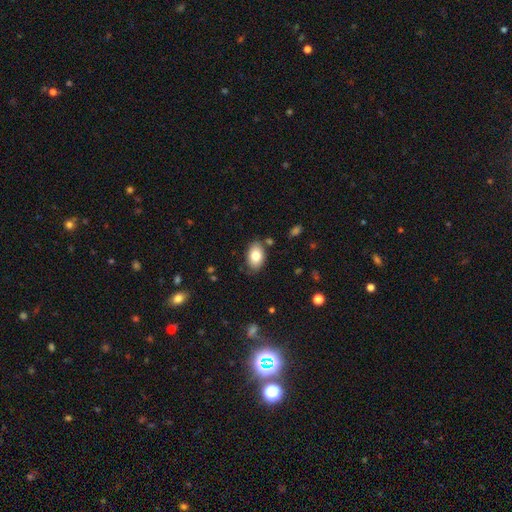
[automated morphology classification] Smooth or featured?
  - smooth: 80% *
  - featured or disk: 13%
  - star or artifact: 7%
How rounded?
  - in between: 89% *
  - round: 10%
  - cigar-shaped: 1%
Merging?
  - none: 81% *
  - minor disturbance: 13%
  - major disturbance: 3%
  - merger: 3%